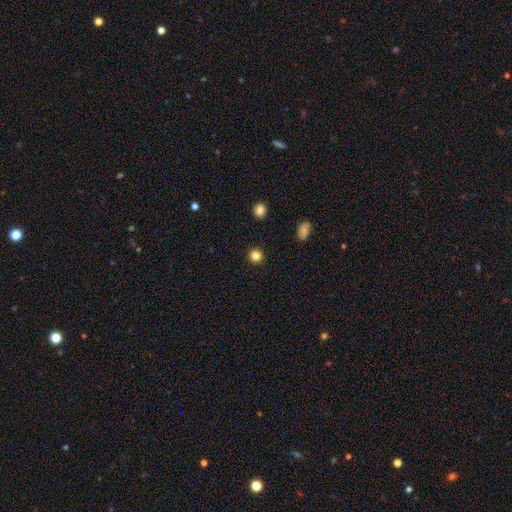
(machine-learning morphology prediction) A smooth galaxy with no disk features (83%) that is round (94%).

Vote fractions:
- Smooth or featured? smooth: 83% / star or artifact: 12% / featured or disk: 5%
- How rounded? round: 94% / in between: 5% / cigar-shaped: 1%
- Merging? none: 92% / minor disturbance: 5% / major disturbance: 2% / merger: 1%